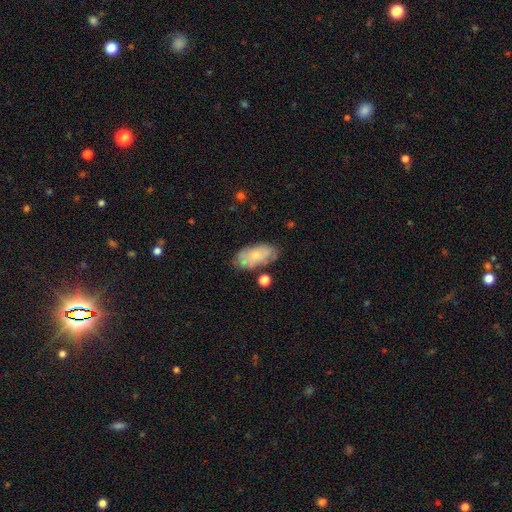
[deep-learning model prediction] The model was most divided on "smooth or featured": smooth: 65%, featured or disk: 28%, star or artifact: 7%. More confident: how rounded — in between (92%); merging — none (65%).